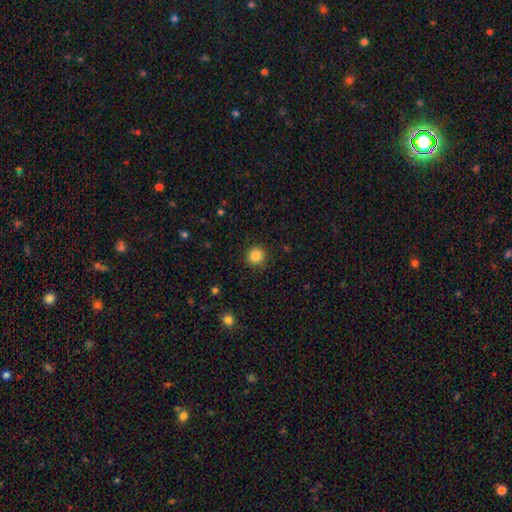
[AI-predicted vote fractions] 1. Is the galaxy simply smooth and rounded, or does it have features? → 85% smooth, 11% star or artifact, 4% featured or disk.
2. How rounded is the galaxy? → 94% round, 5% in between, 1% cigar-shaped.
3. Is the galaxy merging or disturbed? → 91% none, 6% minor disturbance, 2% major disturbance, 1% merger.